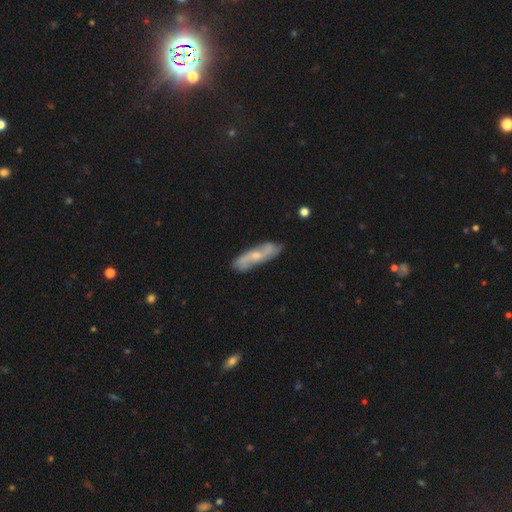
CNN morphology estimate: smooth_or_featured: featured or disk (p=0.71) [alt: smooth p=0.23]
disk_edge_on: no (p=0.80) [alt: yes p=0.20]
bar: no (p=0.57) [alt: weak p=0.34]
has_spiral_arms: yes (p=0.91) [alt: no p=0.09]
spiral_winding: loose (p=0.46) [alt: medium p=0.37]
spiral_arm_count: 2 (p=0.85) [alt: can't tell p=0.09]
bulge_size: small (p=0.55) [alt: moderate p=0.39]
merging: none (p=0.82) [alt: minor disturbance p=0.14]